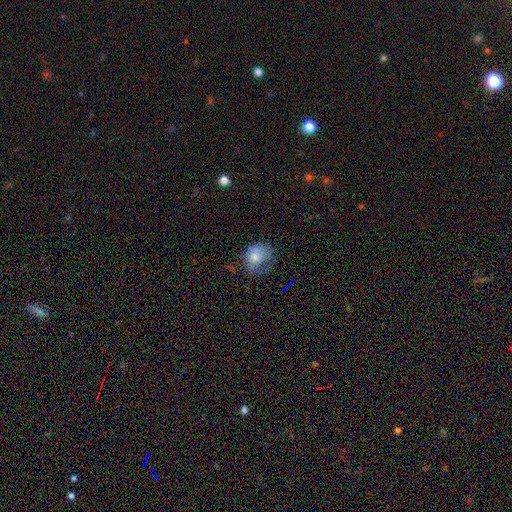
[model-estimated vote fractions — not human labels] Q: Smooth or featured?
A: smooth (70%); runner-up: featured or disk (20%)
Q: How rounded?
A: round (55%); runner-up: in between (44%)
Q: Merging?
A: major disturbance (34%); tied with: none (34%)